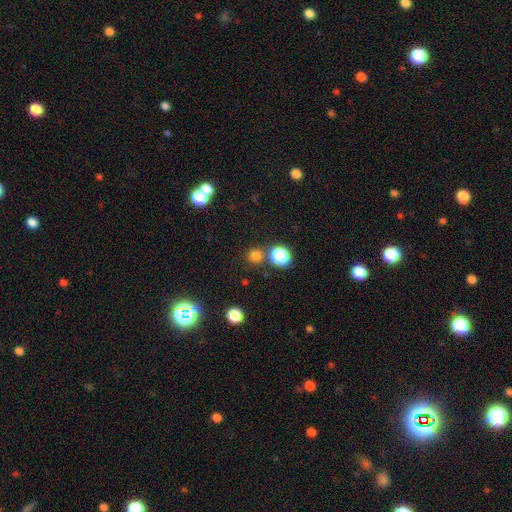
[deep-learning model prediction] This appears to be a smooth galaxy with no disk features (73%) that is round (92%). Merging: none (80%).